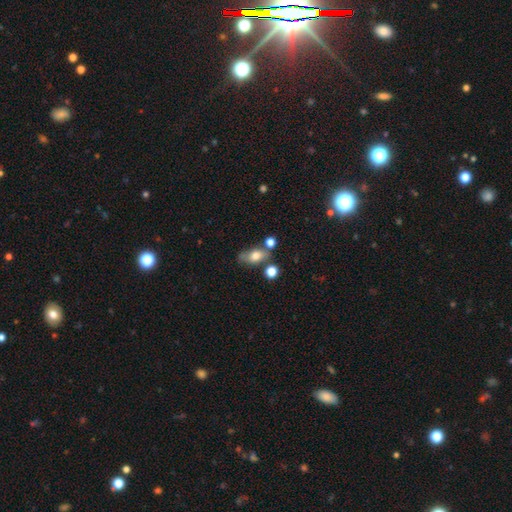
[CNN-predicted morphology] This is likely a smooth galaxy (68%). How rounded: likely in between (79%). Merging: possibly none (59%).